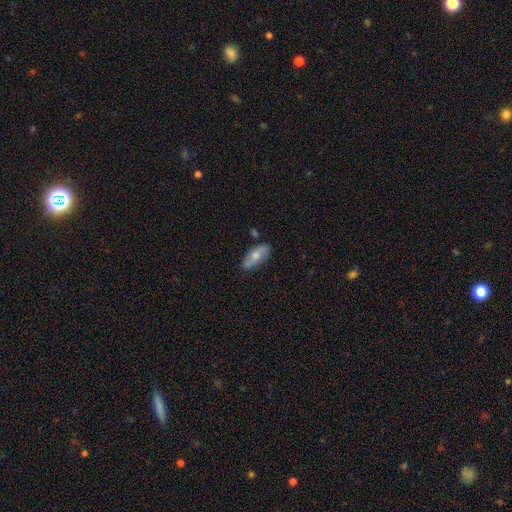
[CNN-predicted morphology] A smooth galaxy with no disk features (64%) that is in between round and cigar-shaped (83%).

Vote fractions:
- Smooth or featured? smooth: 64% / featured or disk: 30% / star or artifact: 6%
- How rounded? in between: 83% / cigar-shaped: 14% / round: 3%
- Merging? none: 76% / minor disturbance: 18% / merger: 3% / major disturbance: 3%